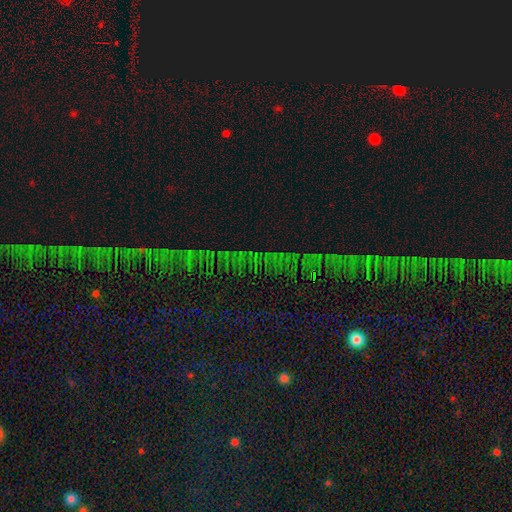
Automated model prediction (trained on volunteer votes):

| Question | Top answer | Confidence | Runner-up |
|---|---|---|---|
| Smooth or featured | star or artifact | 79% | smooth (11%) |